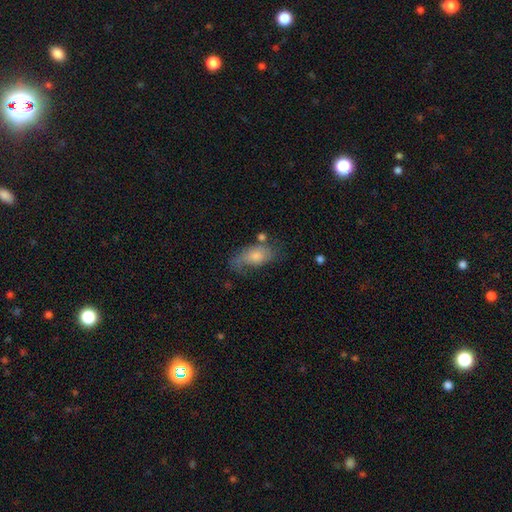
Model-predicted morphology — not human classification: smooth_or_featured: smooth (p=0.60) [alt: featured or disk p=0.31]
how_rounded: in between (p=0.88) [alt: round p=0.07]
merging: none (p=0.43) [alt: minor disturbance p=0.29]